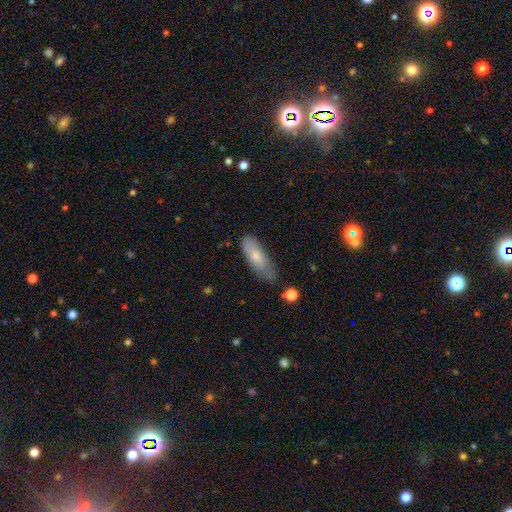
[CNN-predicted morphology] A smooth galaxy with no disk features (74%) that is in between round and cigar-shaped (64%). Merging: none (60%).